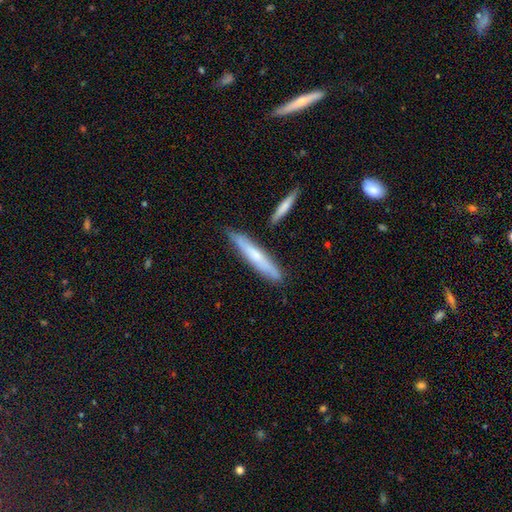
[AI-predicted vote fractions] Overall: smooth (55%; featured or disk 40%). How rounded: cigar-shaped (92%). Merging: none (79%).